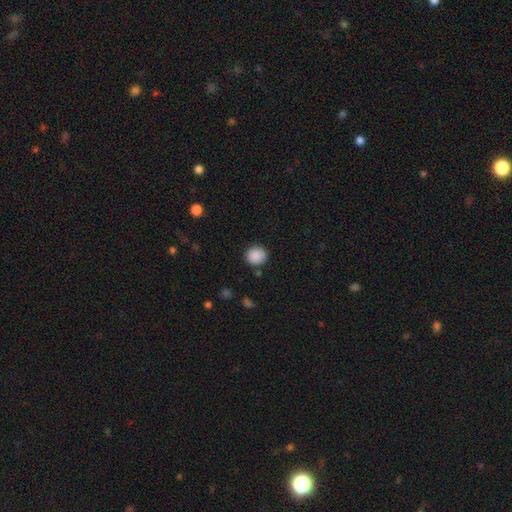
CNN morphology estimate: This appears to be a smooth galaxy with no disk features (88%) that is round (83%). Merging: none (87%).